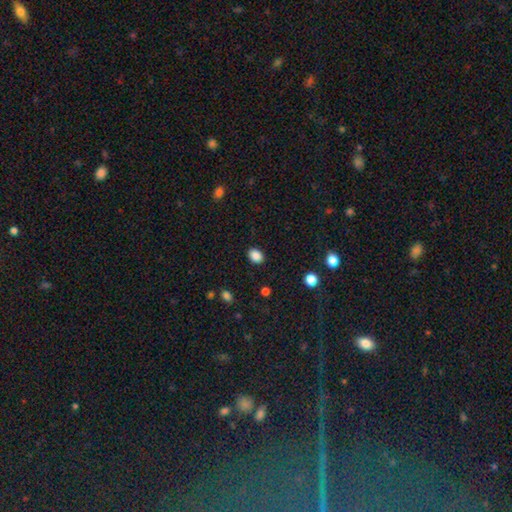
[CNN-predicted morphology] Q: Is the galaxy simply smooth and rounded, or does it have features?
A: smooth — 87%.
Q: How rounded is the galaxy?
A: in between — 67%.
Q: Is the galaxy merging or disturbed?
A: none — 88%.